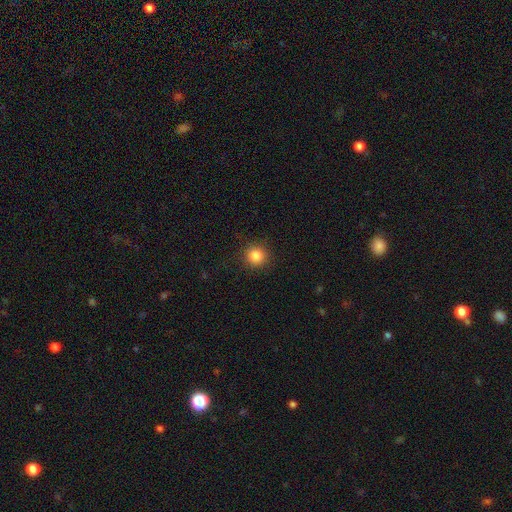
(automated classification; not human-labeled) Morphology: type=smooth (84%); roundness=round (95%); merging=none (91%).